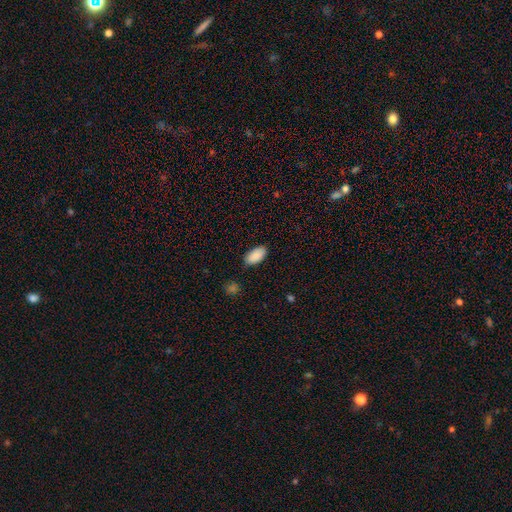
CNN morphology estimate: This is clearly a smooth galaxy (90%). How rounded: clearly in between (95%). Merging: clearly none (85%).